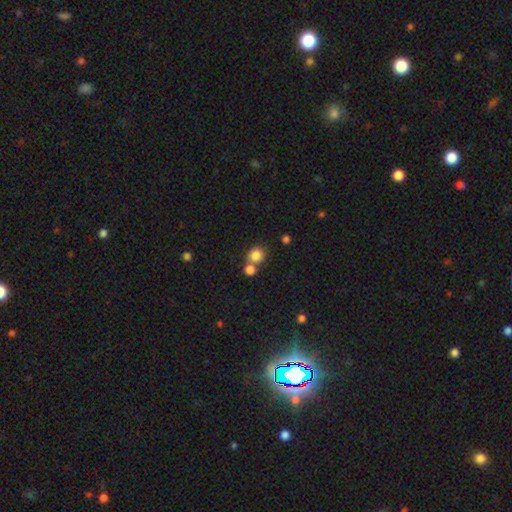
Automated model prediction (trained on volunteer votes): smooth 83%, star or artifact 11%, featured or disk 6%. Down the decision tree: how rounded — round (82%); merging — none (57%).